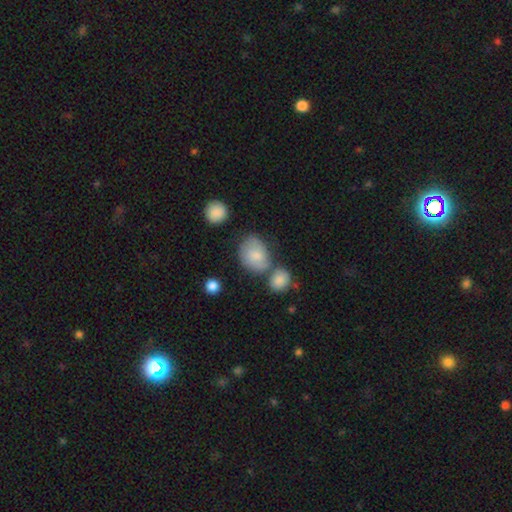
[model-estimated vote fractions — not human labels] Smooth or featured?
  - smooth: 73% *
  - featured or disk: 19%
  - star or artifact: 8%
How rounded?
  - in between: 56% *
  - round: 42%
  - cigar-shaped: 1%
Merging?
  - none: 45% *
  - merger: 26%
  - minor disturbance: 20%
  - major disturbance: 8%